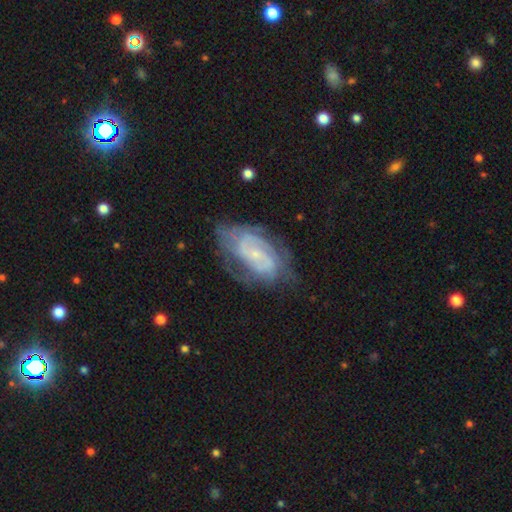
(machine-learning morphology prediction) featured or disk 70%, smooth 18%, star or artifact 11%. Down the decision tree: edge-on disk — no (94%); bar — no (53%); spiral arms — yes (83%); spiral arm count — can't tell (45%); spiral winding — tight (53%); bulge size — small (71%); merging — none (64%).